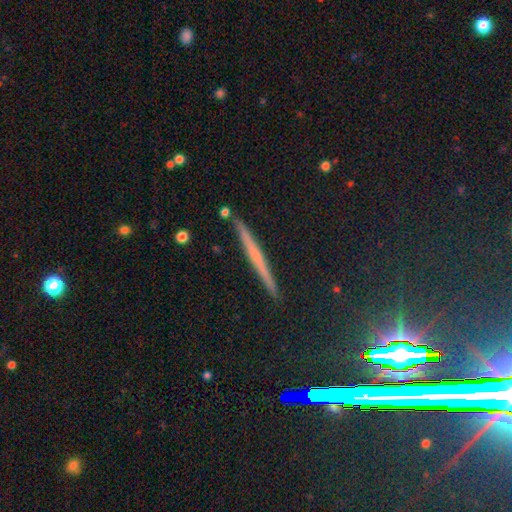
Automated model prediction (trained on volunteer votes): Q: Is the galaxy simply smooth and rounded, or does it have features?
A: featured or disk — 52%.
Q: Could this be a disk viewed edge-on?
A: yes — 97%.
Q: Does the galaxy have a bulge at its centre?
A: none — 78%.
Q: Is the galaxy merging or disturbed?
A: none — 91%.